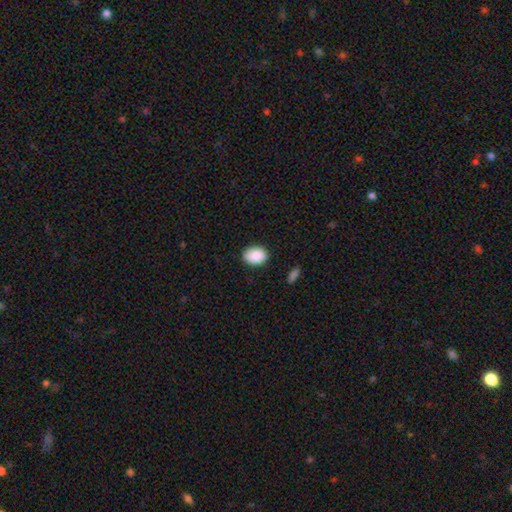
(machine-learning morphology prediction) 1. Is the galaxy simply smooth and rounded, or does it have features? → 89% smooth, 7% star or artifact, 4% featured or disk.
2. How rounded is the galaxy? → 74% in between, 25% round, 1% cigar-shaped.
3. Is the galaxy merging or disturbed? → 86% none, 10% minor disturbance, 2% major disturbance, 1% merger.